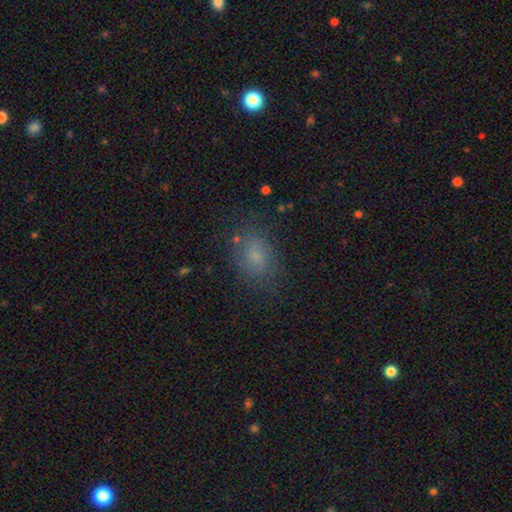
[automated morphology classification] Smooth or featured? smooth (68%)
How rounded? in between (72%)
Merging? none (75%)